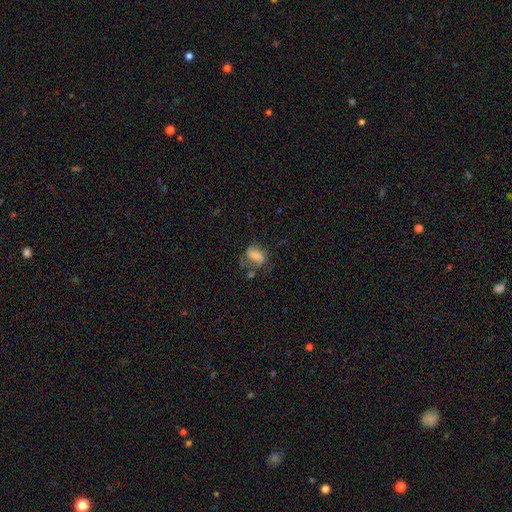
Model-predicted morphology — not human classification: Smooth or featured: smooth — 48% (featured or disk — 40%)
Merging: none — 38% (major disturbance — 28%)